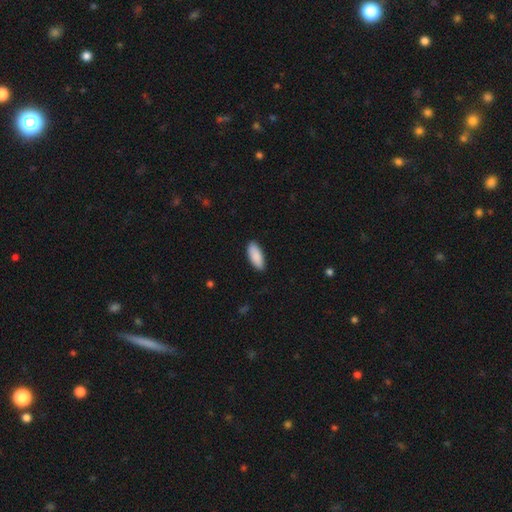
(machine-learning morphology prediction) The model was most divided on "how rounded": in between: 81%, cigar-shaped: 17%, round: 2%. More confident: smooth or featured — smooth (90%); merging — none (88%).